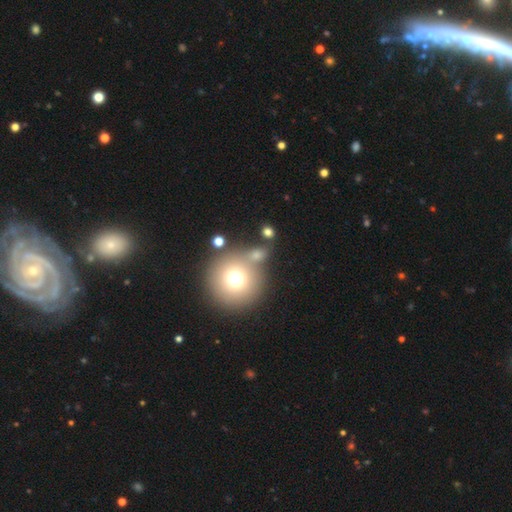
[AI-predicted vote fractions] smooth-or-featured: smooth: 68% | star or artifact: 18% | featured or disk: 14%
  how-rounded: round: 82% | in between: 16% | cigar-shaped: 2%
  merging: none: 58% | merger: 23% | minor disturbance: 11% | major disturbance: 7%